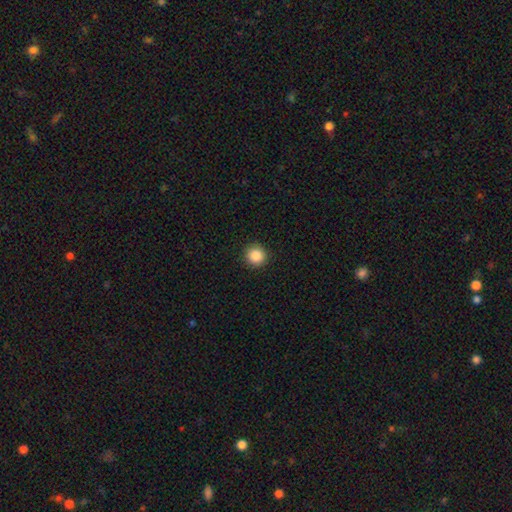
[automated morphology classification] Smooth or featured: smooth — 86% (star or artifact — 10%)
How rounded: round — 95% (in between — 4%)
Merging: none — 92% (minor disturbance — 5%)